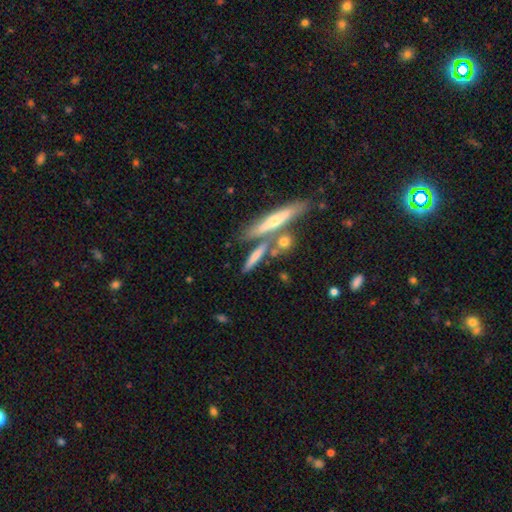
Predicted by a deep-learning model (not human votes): This is possibly a smooth galaxy (59%). How rounded: likely cigar-shaped (78%). Merging: possibly none (56%).